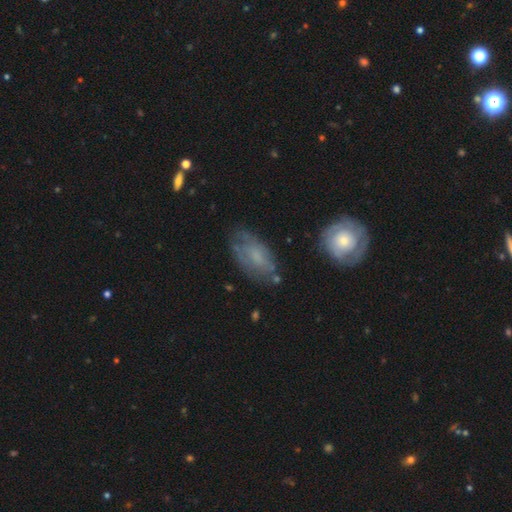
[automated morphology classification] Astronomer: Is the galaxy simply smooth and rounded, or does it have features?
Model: smooth — 46% (runner-up: featured or disk, 45%).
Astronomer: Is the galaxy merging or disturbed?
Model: none — 63%.